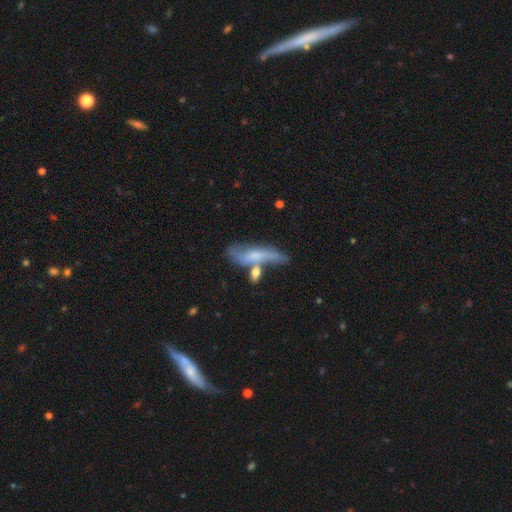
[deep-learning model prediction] Morphology: type=featured or disk (52%); edge-on=no (60%); merging=none (37%).